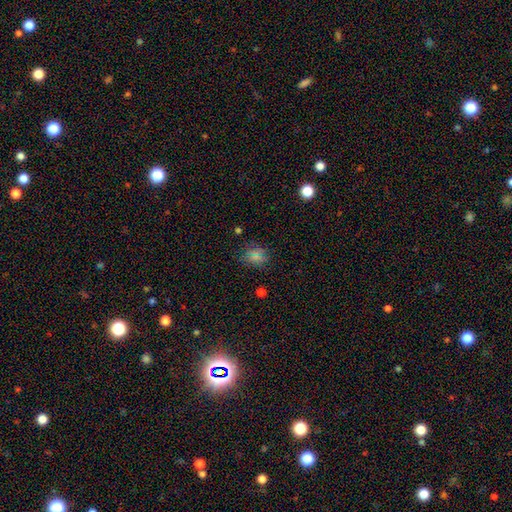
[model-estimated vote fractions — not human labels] This is likely a smooth galaxy (68%). How rounded: possibly round (56%). Merging: likely none (79%).